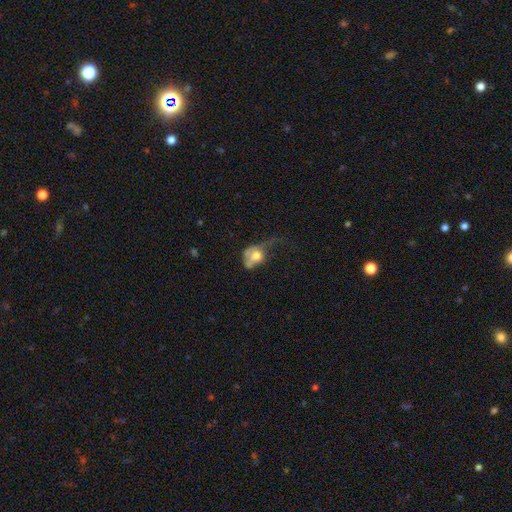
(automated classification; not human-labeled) Q: Smooth or featured?
A: smooth (57%); runner-up: featured or disk (34%)
Q: How rounded?
A: in between (53%); runner-up: round (46%)
Q: Merging?
A: major disturbance (53%); runner-up: minor disturbance (19%)